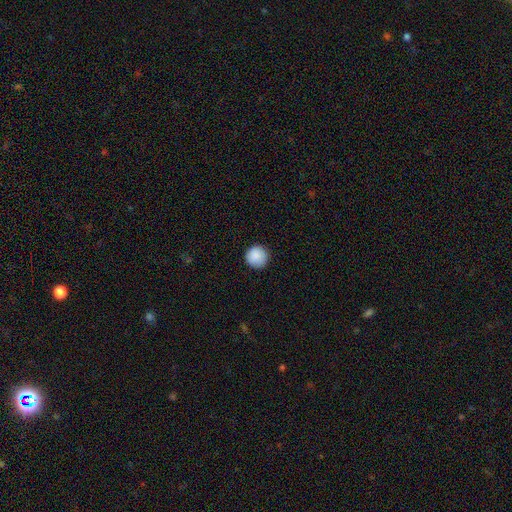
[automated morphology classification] smooth-or-featured: smooth: 89% | star or artifact: 8% | featured or disk: 3%
  how-rounded: round: 96% | in between: 3% | cigar-shaped: 1%
  merging: none: 90% | minor disturbance: 7% | major disturbance: 2% | merger: 1%